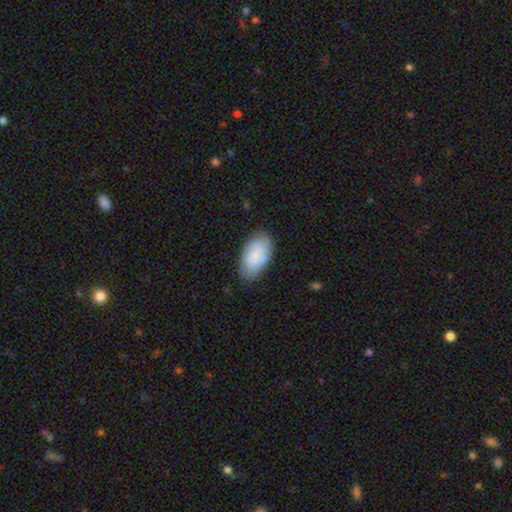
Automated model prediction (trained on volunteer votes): The model was most divided on "merging": none: 80%, minor disturbance: 16%, major disturbance: 3%, merger: 1%. More confident: how rounded — in between (95%); smooth or featured — smooth (83%).